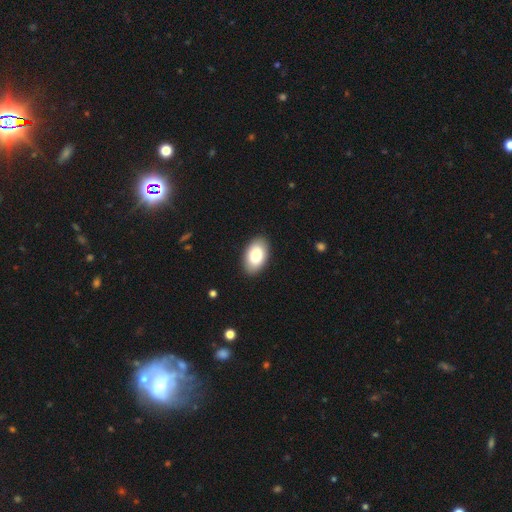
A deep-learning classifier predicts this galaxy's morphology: Q: Smooth or featured?
A: smooth (83%); runner-up: featured or disk (11%)
Q: How rounded?
A: in between (93%); runner-up: round (6%)
Q: Merging?
A: none (89%); runner-up: minor disturbance (8%)